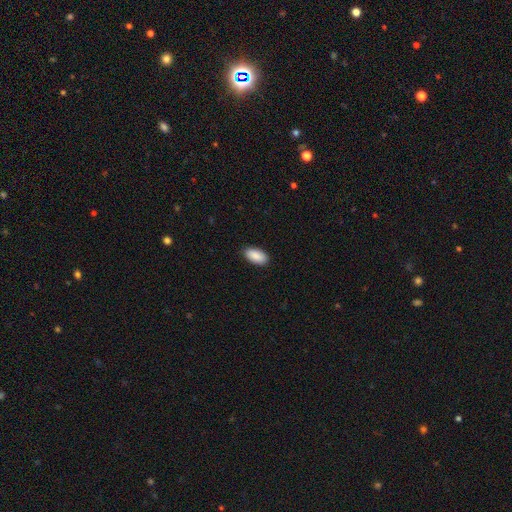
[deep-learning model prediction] This appears to be a smooth galaxy with no disk features (91%) that is in between round and cigar-shaped (94%). Merging: none (89%).